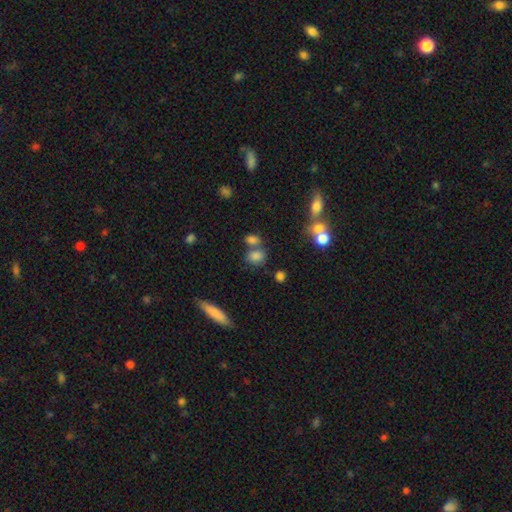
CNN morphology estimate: Q: Smooth or featured?
A: smooth (78%); runner-up: star or artifact (14%)
Q: How rounded?
A: in between (61%); runner-up: round (36%)
Q: Merging?
A: none (52%); runner-up: merger (30%)